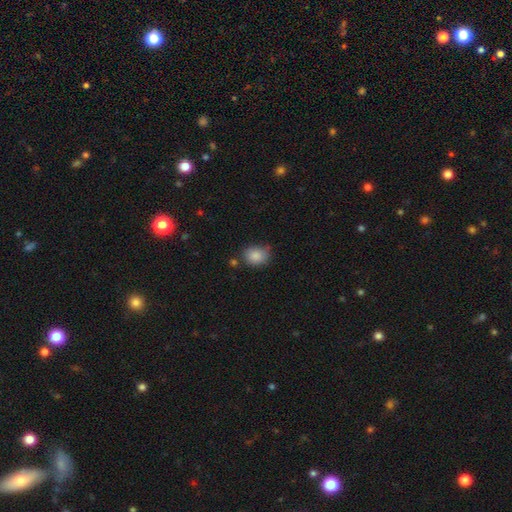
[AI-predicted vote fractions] smooth 86%, star or artifact 9%, featured or disk 5%. Down the decision tree: how rounded — round (51%); merging — none (67%).